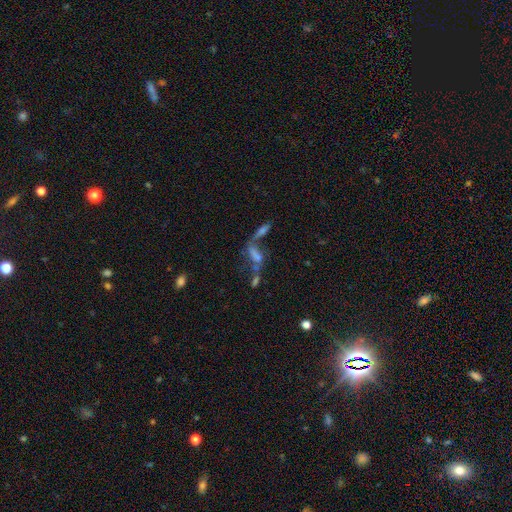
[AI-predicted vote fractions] Smooth or featured: featured or disk — 47% (smooth — 29%)
Merging: merger — 47% (none — 27%)